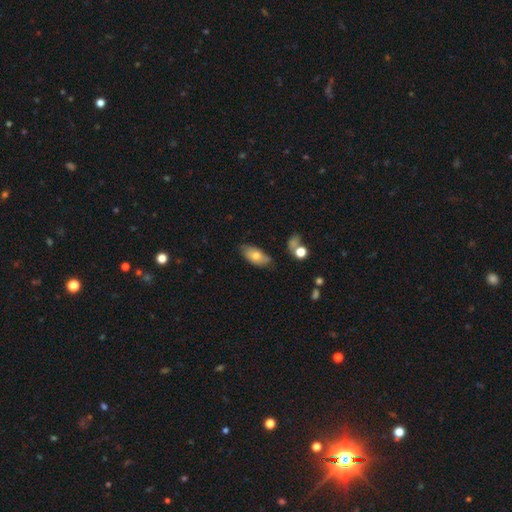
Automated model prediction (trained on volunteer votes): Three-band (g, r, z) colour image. It shows a smooth galaxy with no disk features (70%) that is in between round and cigar-shaped (90%). Merging: none (65%).